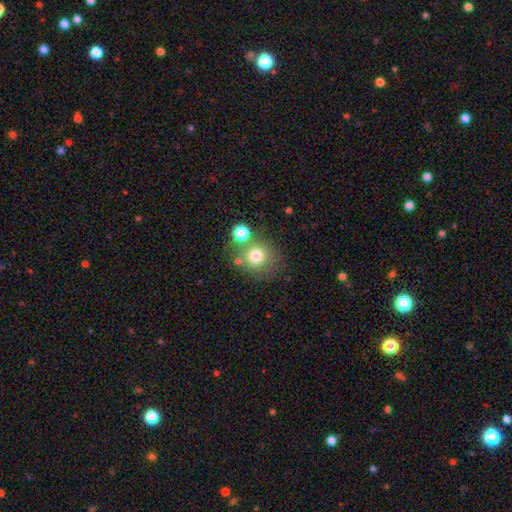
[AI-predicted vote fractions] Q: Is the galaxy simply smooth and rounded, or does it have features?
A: smooth — 74%.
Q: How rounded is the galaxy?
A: round — 85%.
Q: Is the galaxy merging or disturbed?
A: none — 62%.